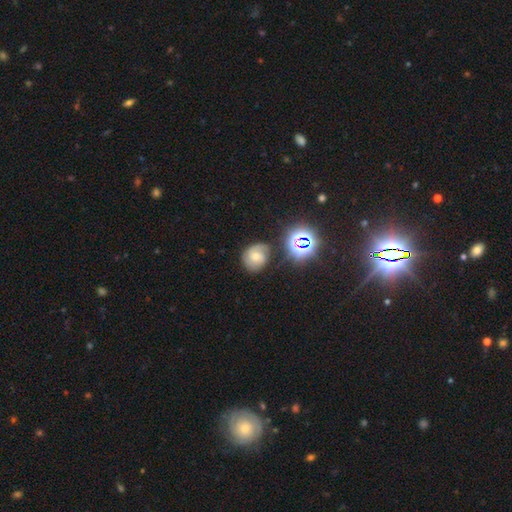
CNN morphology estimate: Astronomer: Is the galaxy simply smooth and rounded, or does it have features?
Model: featured or disk — 49% (runner-up: smooth, 35%).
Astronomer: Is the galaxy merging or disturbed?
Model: none — 65%.